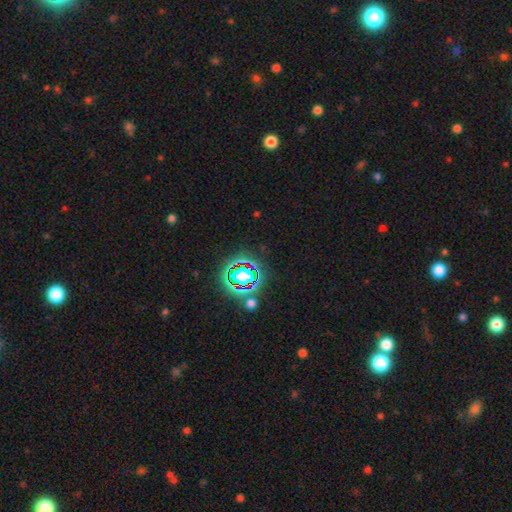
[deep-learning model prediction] star or artifact 79%, smooth 13%, featured or disk 8%.